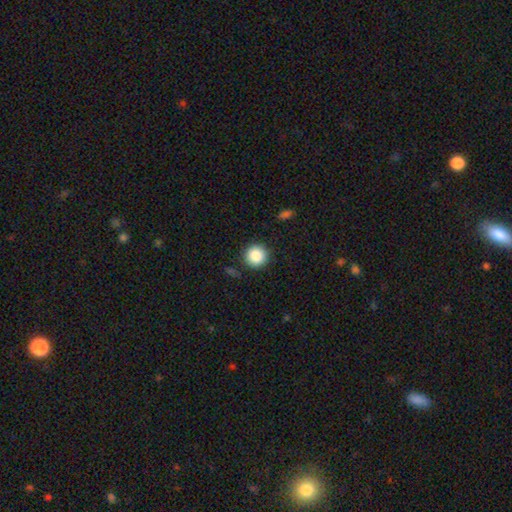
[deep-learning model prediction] Q: Smooth or featured?
A: smooth (86%); runner-up: star or artifact (9%)
Q: How rounded?
A: round (94%); runner-up: in between (5%)
Q: Merging?
A: none (89%); runner-up: minor disturbance (7%)